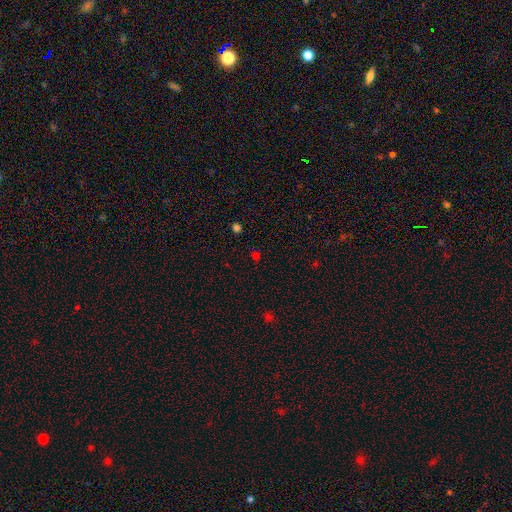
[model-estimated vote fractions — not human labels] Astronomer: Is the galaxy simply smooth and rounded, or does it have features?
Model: smooth — 55% (runner-up: star or artifact, 40%).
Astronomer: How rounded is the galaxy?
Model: round — 77%.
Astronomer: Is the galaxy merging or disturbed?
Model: none — 82%.